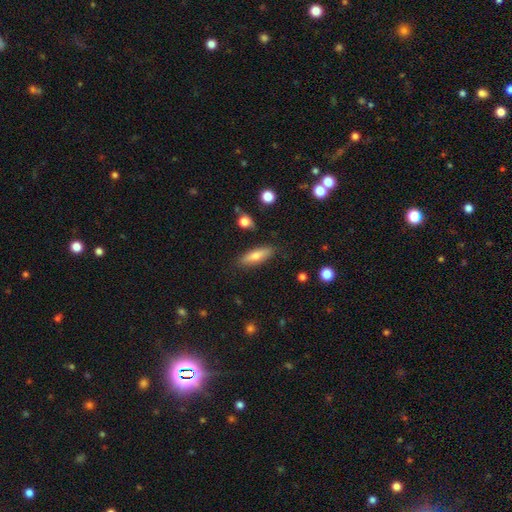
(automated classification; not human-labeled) Smooth or featured? smooth (69%)
How rounded? cigar-shaped (53%)
Merging? none (84%)